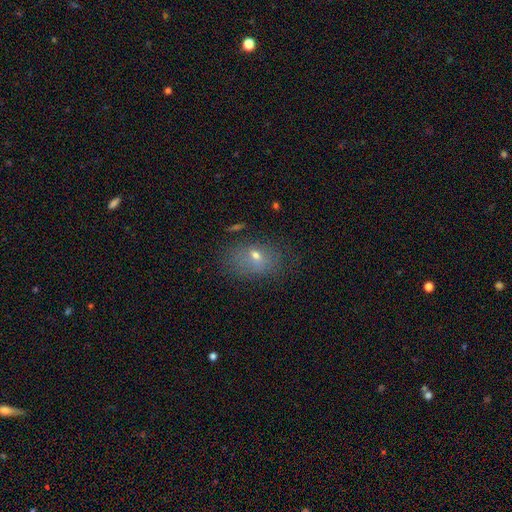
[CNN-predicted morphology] Smooth or featured? Predicted: smooth (p=0.58). How rounded? Predicted: in between (p=0.72). Merging? Predicted: none (p=0.66).